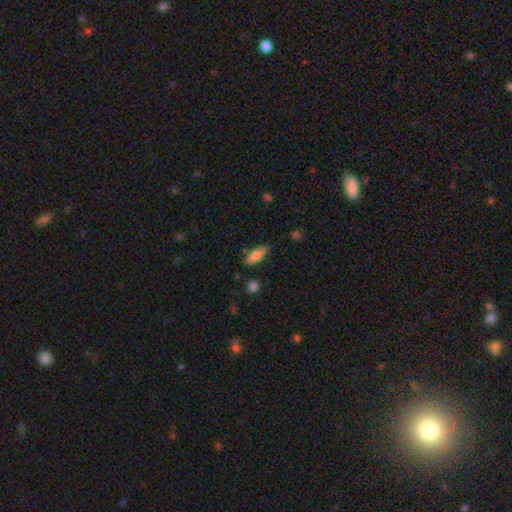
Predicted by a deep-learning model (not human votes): Smooth or featured? smooth (82%)
How rounded? in between (81%)
Merging? none (77%)